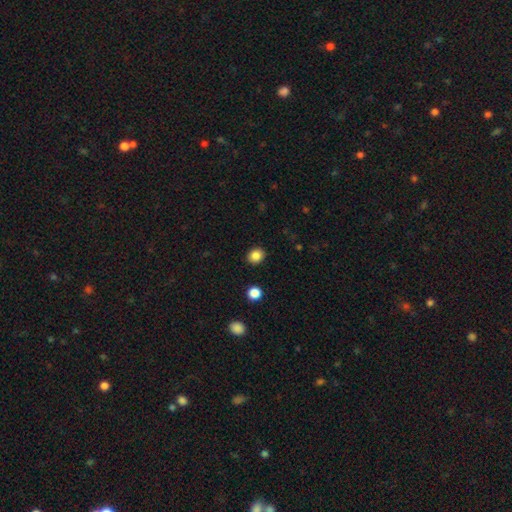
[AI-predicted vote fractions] Smooth or featured?
  - smooth: 85% *
  - star or artifact: 10%
  - featured or disk: 5%
How rounded?
  - round: 67% *
  - in between: 32%
  - cigar-shaped: 1%
Merging?
  - none: 90% *
  - minor disturbance: 6%
  - major disturbance: 2%
  - merger: 1%